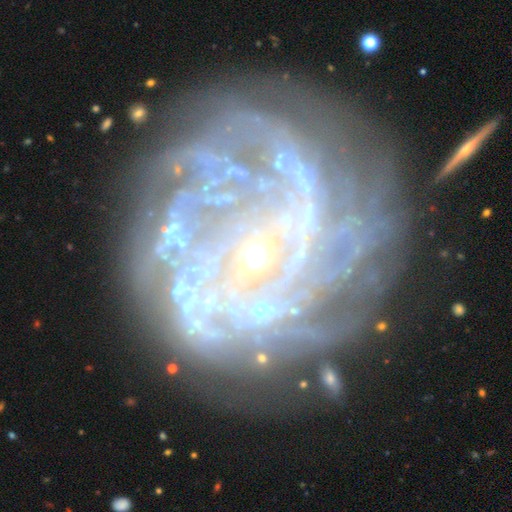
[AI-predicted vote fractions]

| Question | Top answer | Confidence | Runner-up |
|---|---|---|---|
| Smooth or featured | featured or disk | 85% | star or artifact (9%) |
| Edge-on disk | no | 98% | yes (2%) |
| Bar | no | 65% | weak (24%) |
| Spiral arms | yes | 89% | no (11%) |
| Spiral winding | tight | 64% | medium (26%) |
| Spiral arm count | can't tell | 29% | more than 4 (23%) |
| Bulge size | small | 79% | moderate (10%) |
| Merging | none | 67% | minor disturbance (16%) |